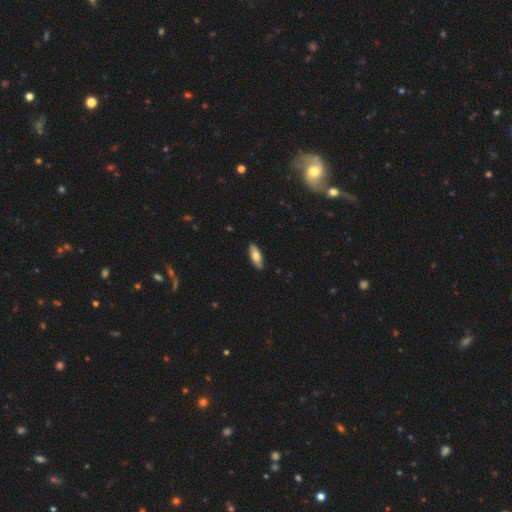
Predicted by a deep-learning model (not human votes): smooth-or-featured: smooth: 72% | featured or disk: 22% | star or artifact: 6%
  how-rounded: in between: 68% | cigar-shaped: 30% | round: 2%
  merging: none: 88% | minor disturbance: 9% | major disturbance: 2% | merger: 1%